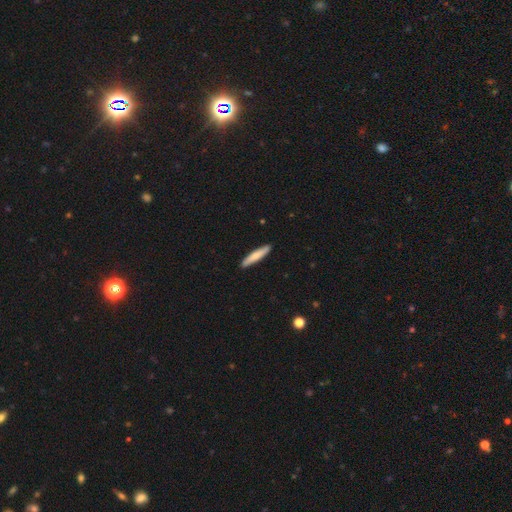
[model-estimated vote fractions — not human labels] Smooth or featured?
  - smooth: 73% *
  - featured or disk: 22%
  - star or artifact: 5%
How rounded?
  - cigar-shaped: 89% *
  - in between: 9%
  - round: 1%
Merging?
  - none: 91% *
  - minor disturbance: 7%
  - major disturbance: 1%
  - merger: 1%